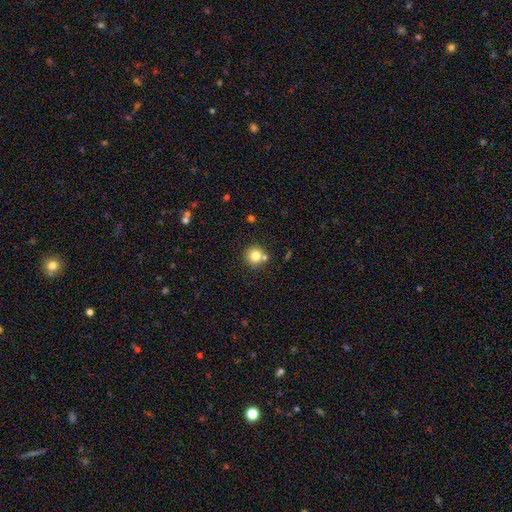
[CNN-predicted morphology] Q: Smooth or featured?
A: smooth (79%); runner-up: star or artifact (11%)
Q: How rounded?
A: round (92%); runner-up: in between (7%)
Q: Merging?
A: none (70%); runner-up: merger (18%)